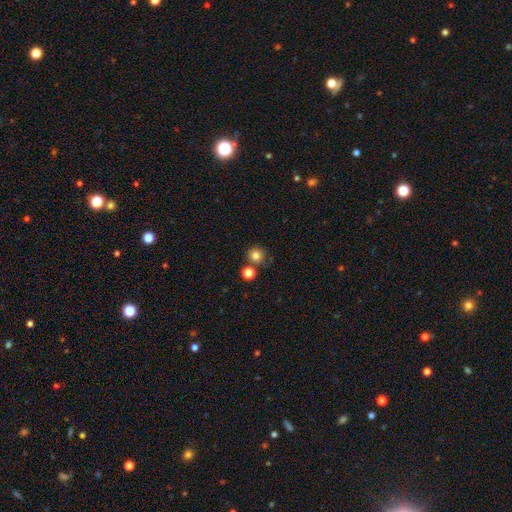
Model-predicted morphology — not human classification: This appears to be a smooth galaxy with no disk features (80%) that is round (94%). Merging: none (74%).